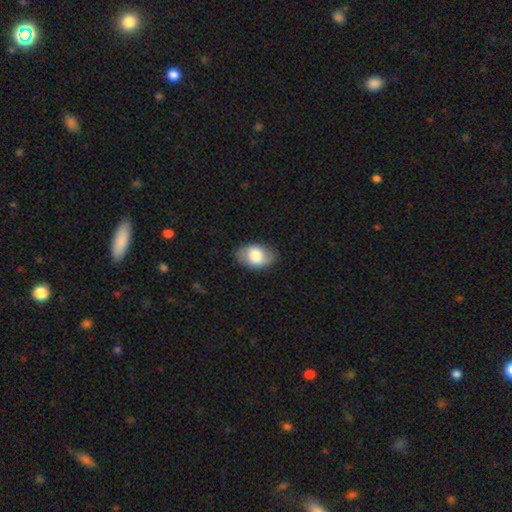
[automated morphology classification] Smooth or featured? smooth (68%)
How rounded? in between (87%)
Merging? none (83%)